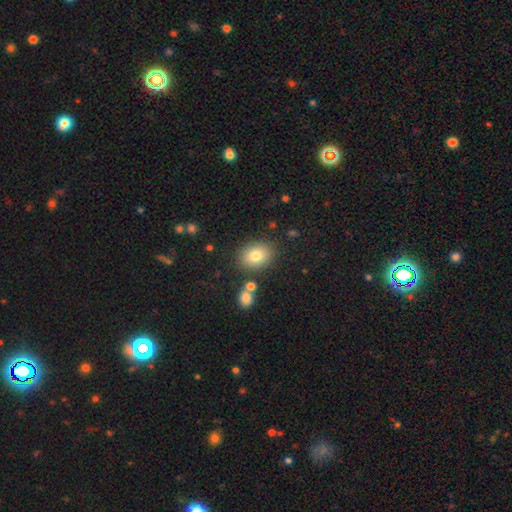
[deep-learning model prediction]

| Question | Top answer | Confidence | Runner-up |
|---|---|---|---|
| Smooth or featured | smooth | 79% | star or artifact (11%) |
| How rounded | in between | 55% | round (44%) |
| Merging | none | 82% | minor disturbance (10%) |